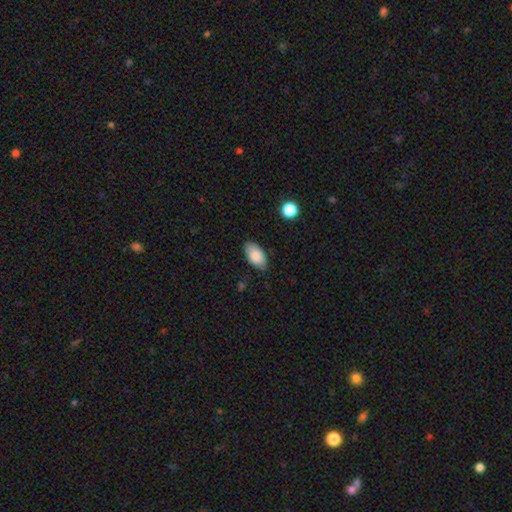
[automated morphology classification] A smooth galaxy with no disk features (86%) that is in between round and cigar-shaped (95%). Merging: none (80%).